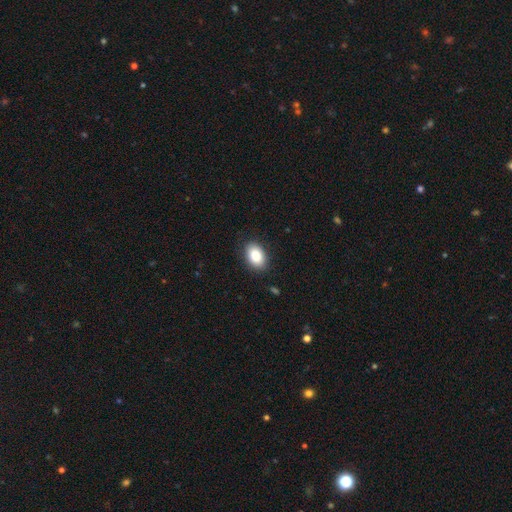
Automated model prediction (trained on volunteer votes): The model was most divided on "how rounded": in between: 87%, round: 12%, cigar-shaped: 1%. More confident: smooth or featured — smooth (88%); merging — none (88%).